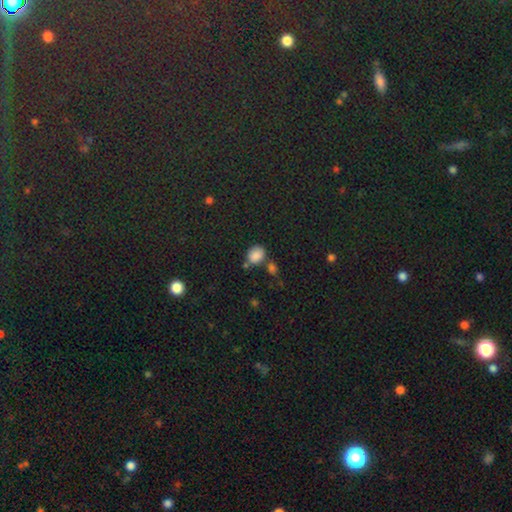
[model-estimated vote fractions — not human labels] This is clearly a smooth galaxy (84%). How rounded: possibly round (52%). Merging: likely none (62%).